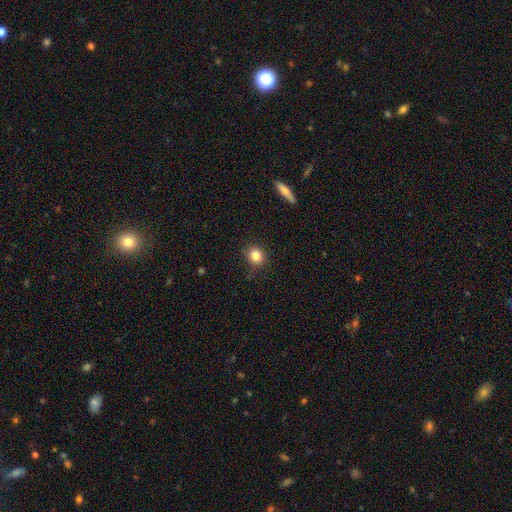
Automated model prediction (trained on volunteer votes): The model was most divided on "merging": none: 80%, minor disturbance: 15%, major disturbance: 4%, merger: 1%. More confident: smooth or featured — smooth (83%); how rounded — round (83%).